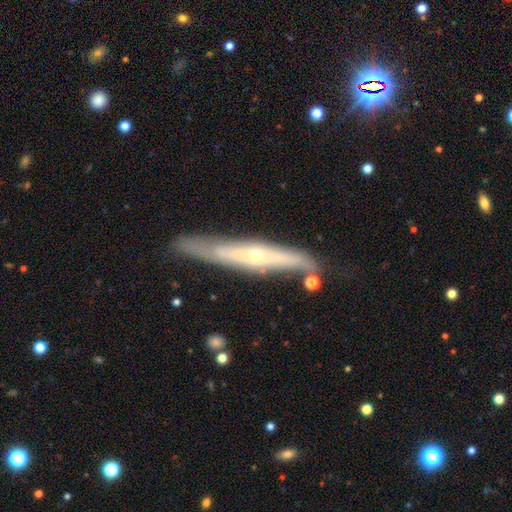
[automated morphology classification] Smooth or featured?
  - featured or disk: 69% *
  - smooth: 25%
  - star or artifact: 7%
Edge-on disk?
  - yes: 82% *
  - no: 18%
Edge-on bulge?
  - rounded: 75% *
  - none: 22%
  - boxy: 3%
Merging?
  - none: 76% *
  - minor disturbance: 16%
  - major disturbance: 4%
  - merger: 4%